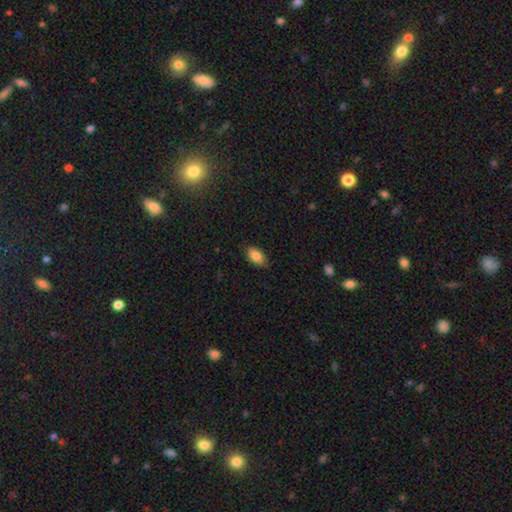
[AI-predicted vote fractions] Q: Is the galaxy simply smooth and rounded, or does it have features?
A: smooth — 85%.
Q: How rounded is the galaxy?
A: in between — 91%.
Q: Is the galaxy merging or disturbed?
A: none — 83%.